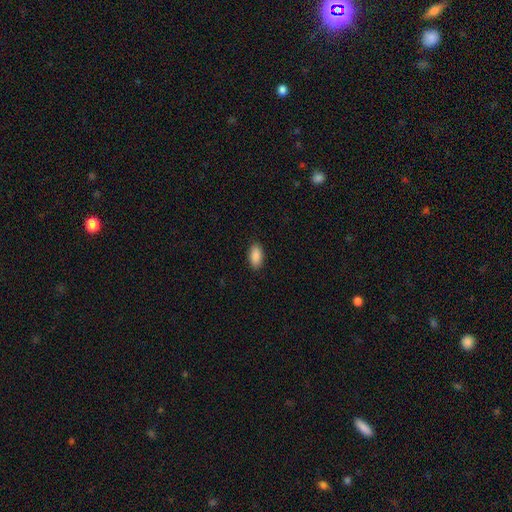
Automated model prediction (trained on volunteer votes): Smooth or featured? Predicted: smooth (p=0.90). How rounded? Predicted: in between (p=0.93). Merging? Predicted: none (p=0.90).